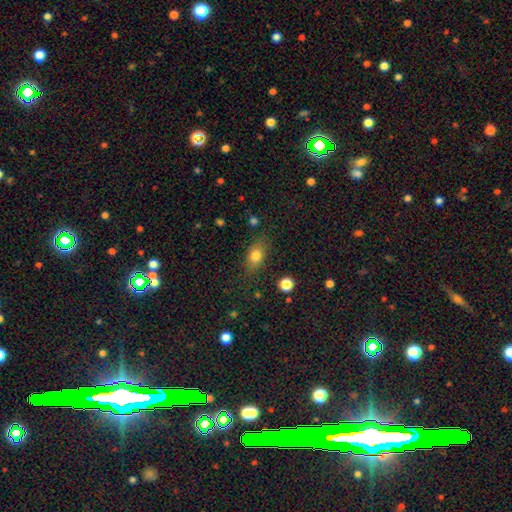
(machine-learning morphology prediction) A smooth galaxy with no disk features (80%) that is in between round and cigar-shaped (76%).

Vote fractions:
- Smooth or featured? smooth: 80% / star or artifact: 10% / featured or disk: 10%
- How rounded? in between: 76% / round: 20% / cigar-shaped: 4%
- Merging? none: 78% / minor disturbance: 15% / major disturbance: 5% / merger: 2%